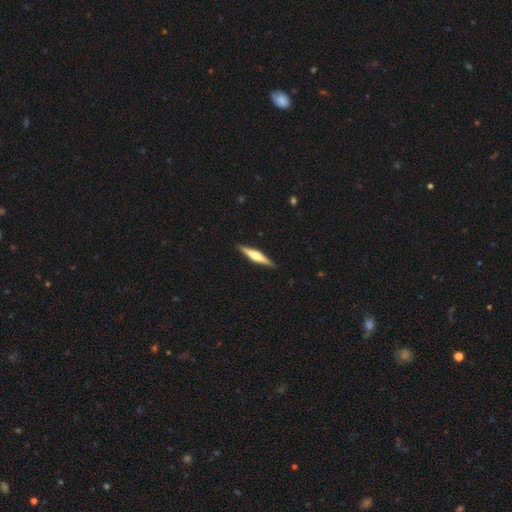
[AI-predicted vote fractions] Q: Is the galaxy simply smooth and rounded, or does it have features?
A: featured or disk — 61%.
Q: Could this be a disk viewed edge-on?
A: yes — 97%.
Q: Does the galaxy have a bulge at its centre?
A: rounded — 86%.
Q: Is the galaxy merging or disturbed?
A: none — 91%.